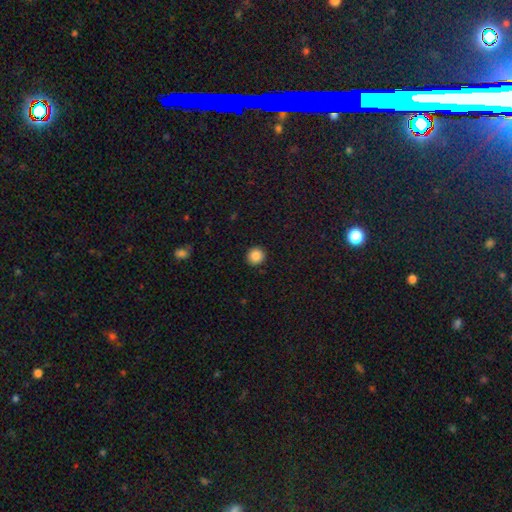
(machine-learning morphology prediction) Smooth or featured? smooth (86%)
How rounded? round (93%)
Merging? none (92%)